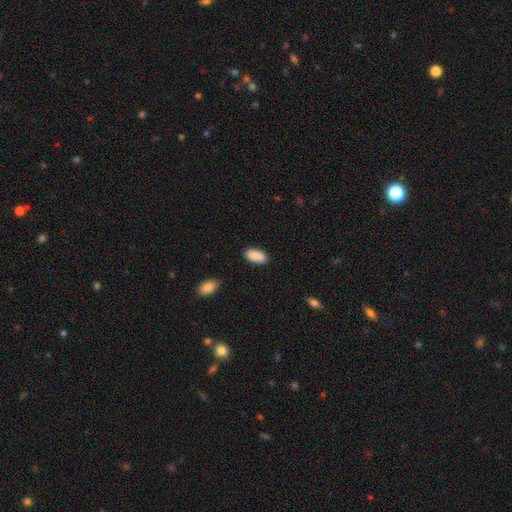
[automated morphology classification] The model was most divided on "merging": none: 88%, minor disturbance: 8%, major disturbance: 2%, merger: 1%. More confident: how rounded — in between (92%); smooth or featured — smooth (91%).